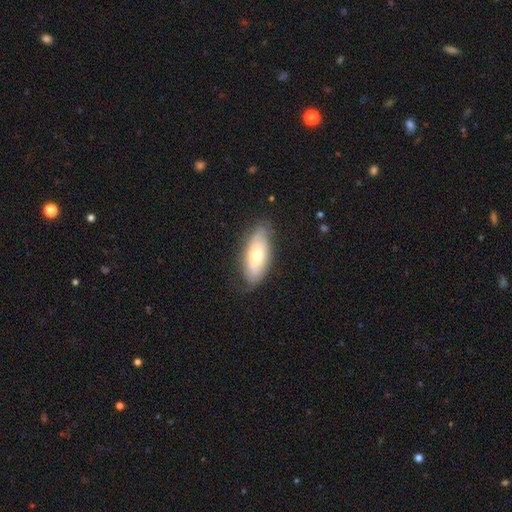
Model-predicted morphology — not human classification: Q: Smooth or featured?
A: smooth (56%); runner-up: featured or disk (38%)
Q: How rounded?
A: in between (82%); runner-up: cigar-shaped (15%)
Q: Merging?
A: none (75%); runner-up: minor disturbance (19%)